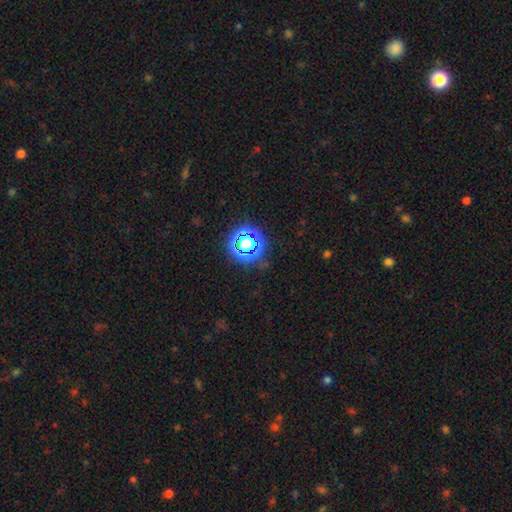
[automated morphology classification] The model was most divided on "smooth or featured": star or artifact: 76%, smooth: 18%, featured or disk: 6%.